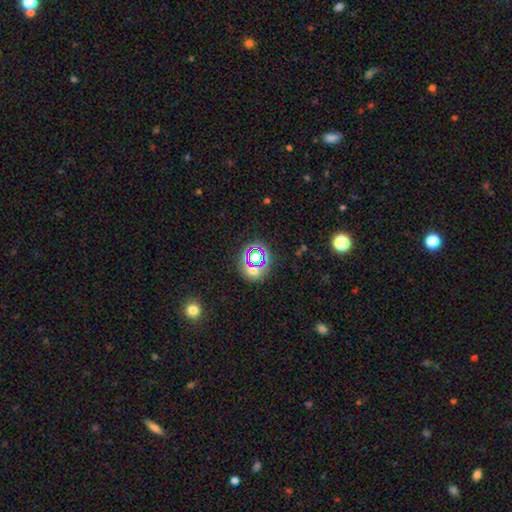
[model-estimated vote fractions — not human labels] Q: Smooth or featured?
A: star or artifact (53%); runner-up: smooth (34%)